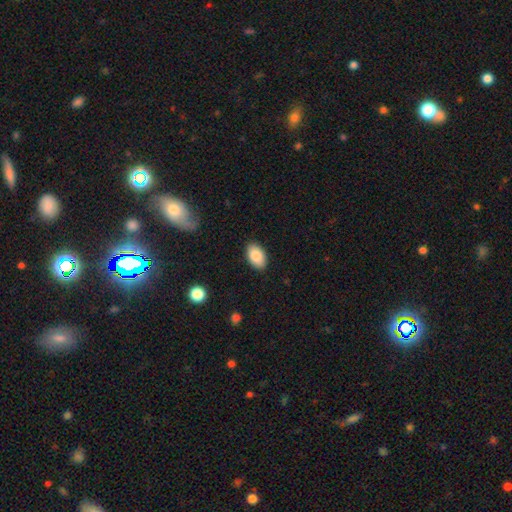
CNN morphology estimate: Smooth or featured? smooth (85%)
How rounded? in between (93%)
Merging? none (88%)